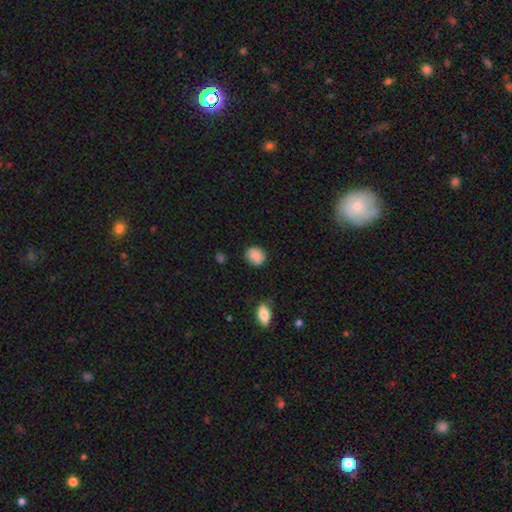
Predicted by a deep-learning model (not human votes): Smooth or featured? smooth (88%)
How rounded? round (59%)
Merging? none (81%)